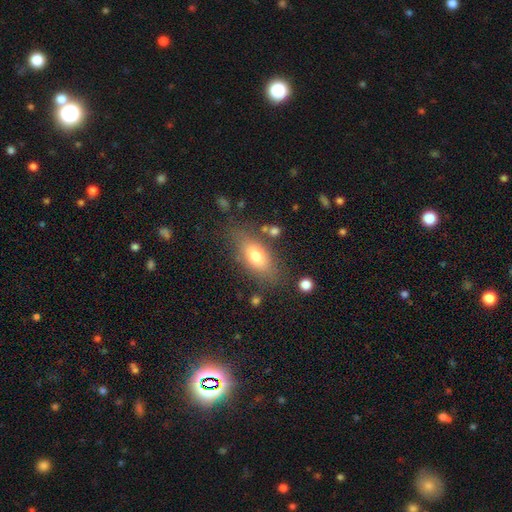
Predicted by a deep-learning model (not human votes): This is likely a smooth galaxy (71%). How rounded: likely in between (79%). Merging: likely none (72%).